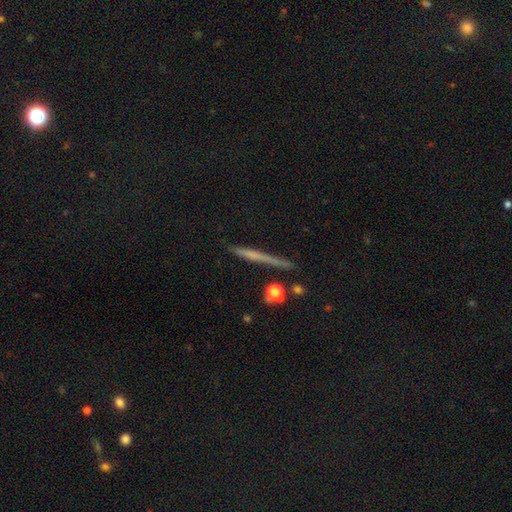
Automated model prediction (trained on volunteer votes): Q: Smooth or featured?
A: featured or disk (48%); runner-up: smooth (43%)
Q: Merging?
A: none (81%); runner-up: minor disturbance (12%)